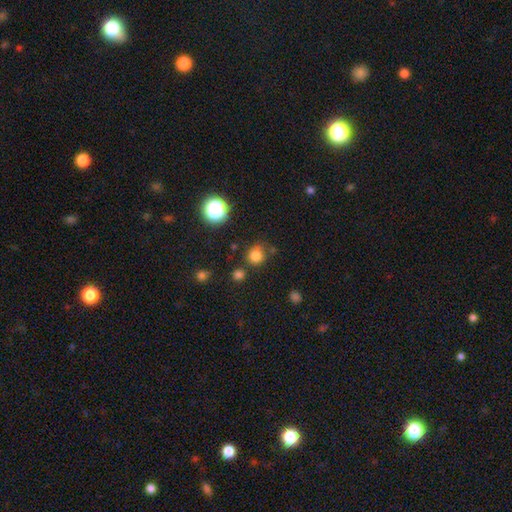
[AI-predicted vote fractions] Smooth or featured? smooth (78%)
How rounded? round (85%)
Merging? none (73%)